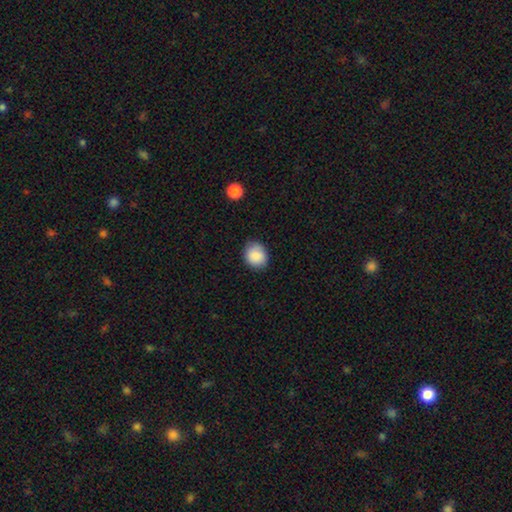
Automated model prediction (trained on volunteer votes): A smooth galaxy with no disk features (88%) that is round (63%).

Vote fractions:
- Smooth or featured? smooth: 88% / star or artifact: 8% / featured or disk: 4%
- How rounded? round: 63% / in between: 37% / cigar-shaped: 1%
- Merging? none: 83% / minor disturbance: 13% / major disturbance: 3% / merger: 1%